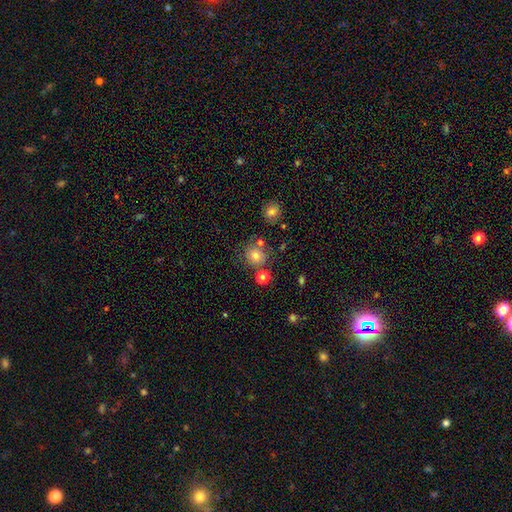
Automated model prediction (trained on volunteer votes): This is likely a smooth galaxy (74%). How rounded: clearly round (85%). Merging: likely none (71%).